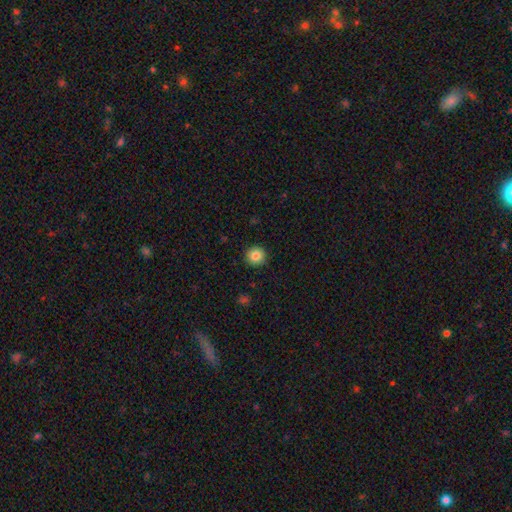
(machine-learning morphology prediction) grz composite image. It shows a smooth galaxy with no disk features (85%) that is round (95%). Merging: none (92%).